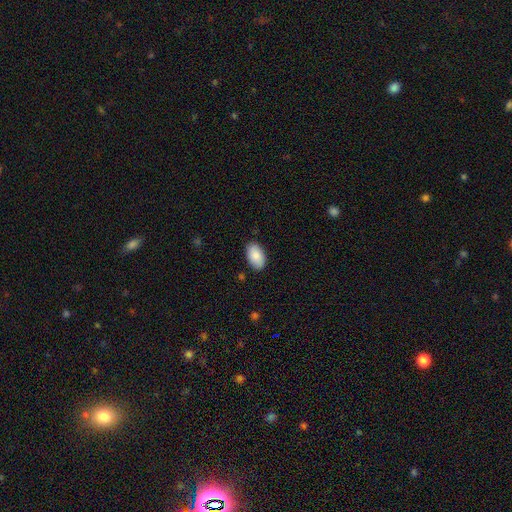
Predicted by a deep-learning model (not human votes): A smooth galaxy with no disk features (87%) that is in between round and cigar-shaped (94%). Merging: none (85%).